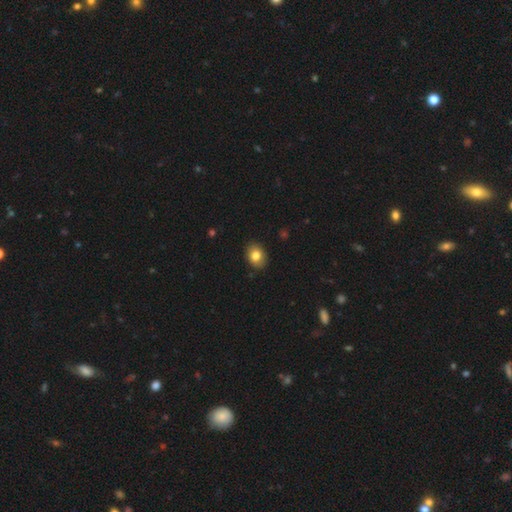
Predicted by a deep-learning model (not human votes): smooth 82%, featured or disk 9%, star or artifact 9%. Down the decision tree: how rounded — in between (67%); merging — none (88%).